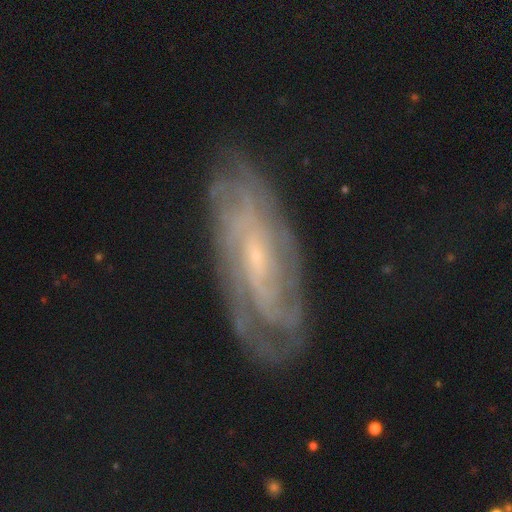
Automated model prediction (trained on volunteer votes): A featured or disk galaxy (82%) with no bar (45%), tight (66%) spiral arms (94%) and a small central bulge (72%).

Vote fractions:
- Smooth or featured? featured or disk: 82% / smooth: 10% / star or artifact: 7%
- Edge-on disk? no: 89% / yes: 11%
- Bar? no: 45% / weak: 41% / strong: 14%
- Spiral arms? yes: 94% / no: 6%
- Spiral winding? tight: 66% / medium: 27% / loose: 7%
- Spiral arm count? can't tell: 45% / 2: 19% / 3: 12% / 4: 10% / more than 4: 8% / 1: 6%
- Bulge size? small: 72% / moderate: 20% / none: 5% / large: 2% / dominant: 1%
- Merging? none: 78% / minor disturbance: 15% / major disturbance: 5% / merger: 2%